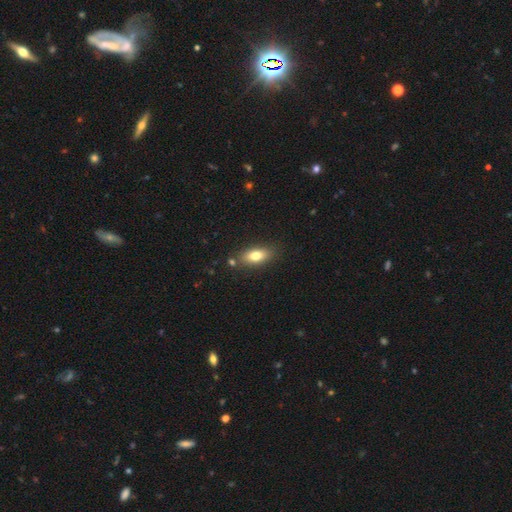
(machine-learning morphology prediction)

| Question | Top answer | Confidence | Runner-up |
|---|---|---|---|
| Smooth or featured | smooth | 78% | featured or disk (14%) |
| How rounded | in between | 83% | cigar-shaped (11%) |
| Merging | none | 79% | minor disturbance (13%) |